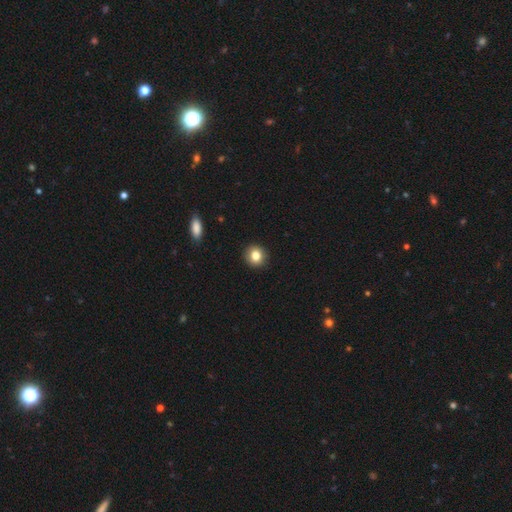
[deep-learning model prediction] Smooth or featured: smooth — 83% (star or artifact — 10%)
How rounded: round — 89% (in between — 10%)
Merging: none — 92% (minor disturbance — 6%)